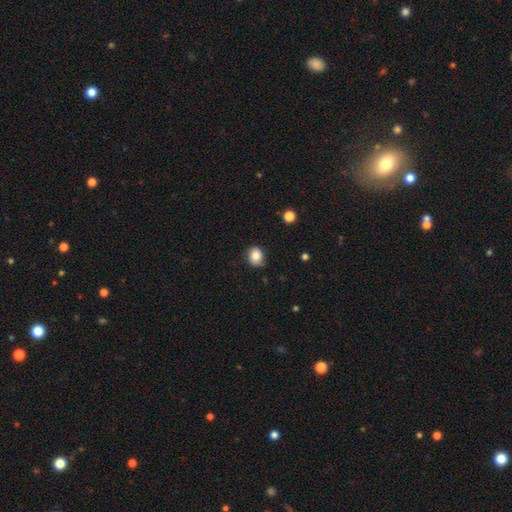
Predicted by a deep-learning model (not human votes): This appears to be a smooth galaxy with no disk features (82%) that is round (62%). Merging: none (78%).